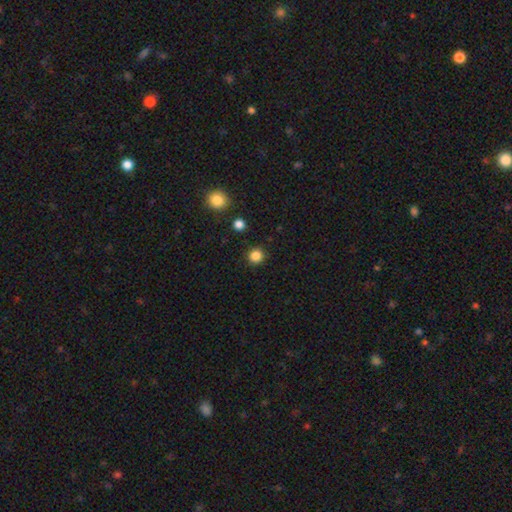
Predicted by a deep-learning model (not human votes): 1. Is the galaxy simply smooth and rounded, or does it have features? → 85% smooth, 12% star or artifact, 3% featured or disk.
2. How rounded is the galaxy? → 94% round, 5% in between, 1% cigar-shaped.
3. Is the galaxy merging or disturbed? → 91% none, 5% minor disturbance, 2% major disturbance, 2% merger.